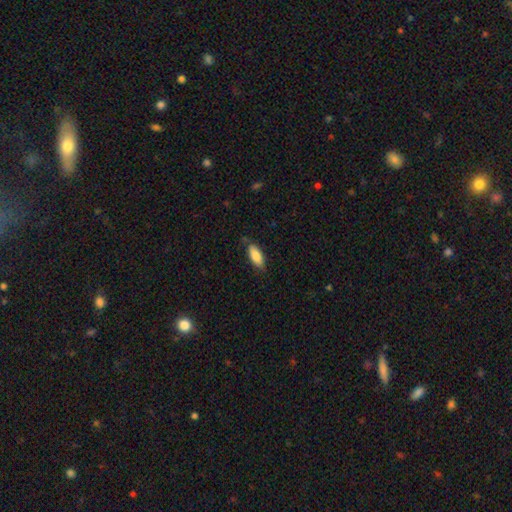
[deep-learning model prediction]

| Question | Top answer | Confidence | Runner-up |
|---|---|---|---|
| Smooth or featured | smooth | 86% | featured or disk (8%) |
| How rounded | in between | 81% | cigar-shaped (17%) |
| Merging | none | 77% | minor disturbance (18%) |